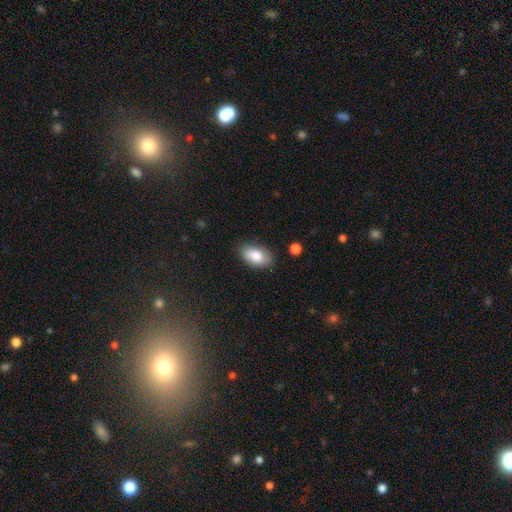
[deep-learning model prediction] Q: Smooth or featured?
A: smooth (83%); runner-up: featured or disk (10%)
Q: How rounded?
A: in between (93%); runner-up: round (5%)
Q: Merging?
A: none (83%); runner-up: minor disturbance (13%)